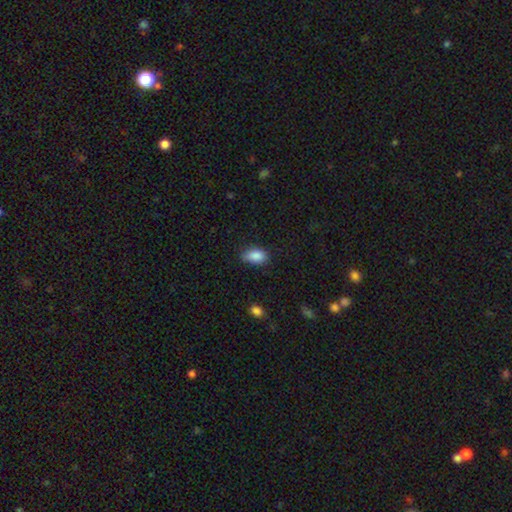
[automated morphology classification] This appears to be a smooth galaxy with no disk features (88%) that is in between round and cigar-shaped (90%). Merging: none (74%).